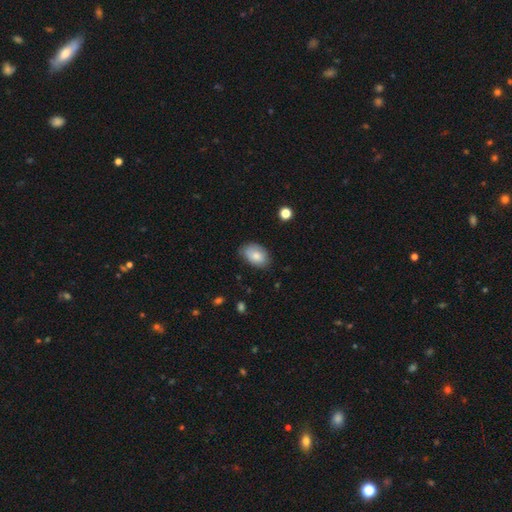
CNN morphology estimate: Smooth or featured? smooth (80%)
How rounded? in between (89%)
Merging? none (73%)